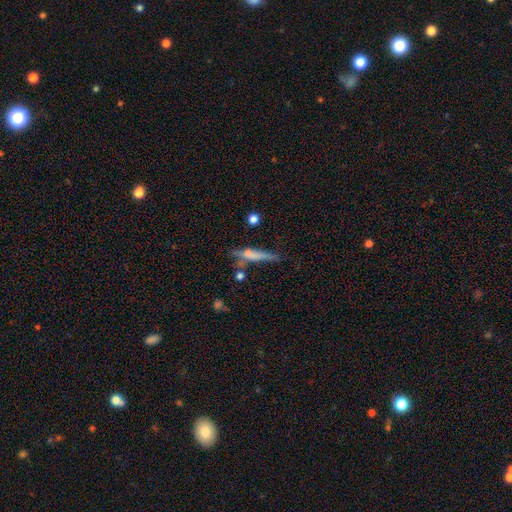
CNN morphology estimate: Smooth or featured?
  - smooth: 48% *
  - featured or disk: 42%
  - star or artifact: 10%
Merging?
  - none: 54% *
  - minor disturbance: 22%
  - merger: 13%
  - major disturbance: 11%